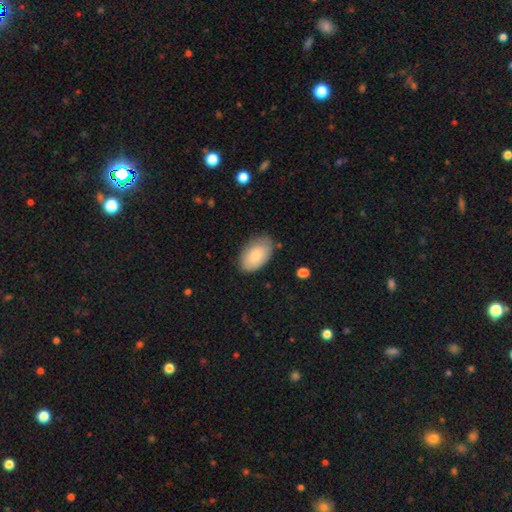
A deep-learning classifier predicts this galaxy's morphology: smooth-or-featured: smooth: 84% | featured or disk: 10% | star or artifact: 6%
  how-rounded: in between: 94% | round: 5% | cigar-shaped: 1%
  merging: none: 78% | minor disturbance: 17% | major disturbance: 3% | merger: 2%